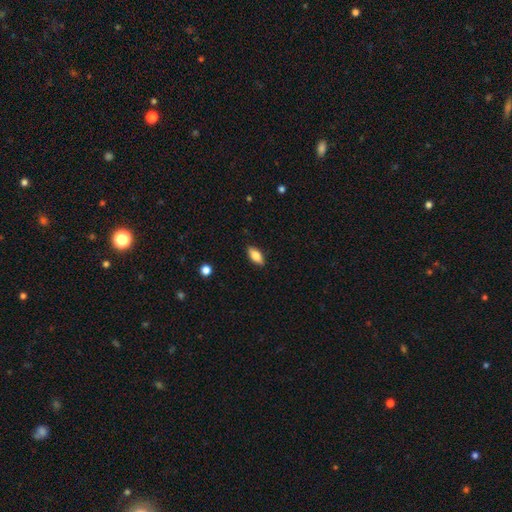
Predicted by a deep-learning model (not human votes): A smooth galaxy with no disk features (80%) that is in between round and cigar-shaped (85%).

Vote fractions:
- Smooth or featured? smooth: 80% / featured or disk: 13% / star or artifact: 7%
- How rounded? in between: 85% / cigar-shaped: 12% / round: 3%
- Merging? none: 88% / minor disturbance: 9% / major disturbance: 2% / merger: 1%